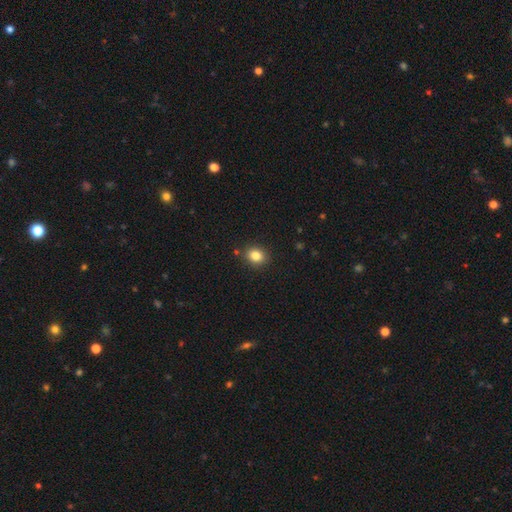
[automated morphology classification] smooth_or_featured: smooth (p=0.84) [alt: star or artifact p=0.11]
how_rounded: round (p=0.60) [alt: in between p=0.39]
merging: none (p=0.87) [alt: minor disturbance p=0.08]